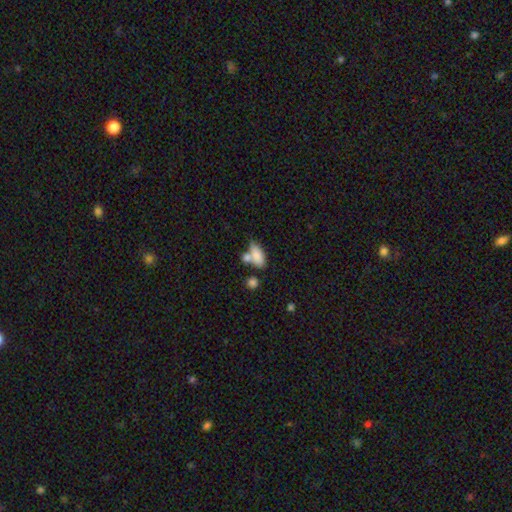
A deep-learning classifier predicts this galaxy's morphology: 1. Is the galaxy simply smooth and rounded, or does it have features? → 79% smooth, 13% featured or disk, 8% star or artifact.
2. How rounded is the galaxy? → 85% in between, 10% cigar-shaped, 5% round.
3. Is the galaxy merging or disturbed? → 42% merger, 35% none, 15% minor disturbance, 7% major disturbance.